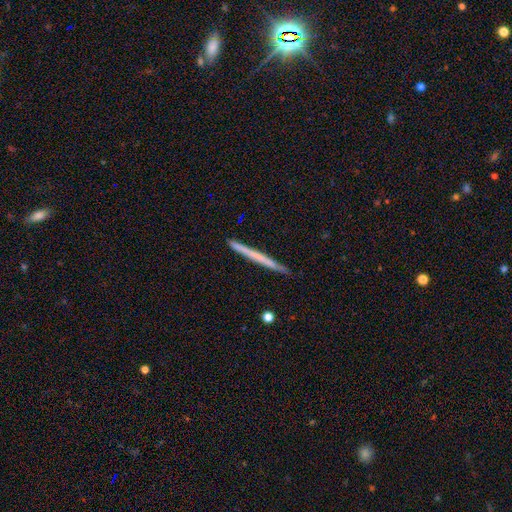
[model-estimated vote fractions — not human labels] The model was most divided on "smooth or featured": smooth: 50%, featured or disk: 44%, star or artifact: 5%. More confident: how rounded — cigar-shaped (97%); merging — none (91%).